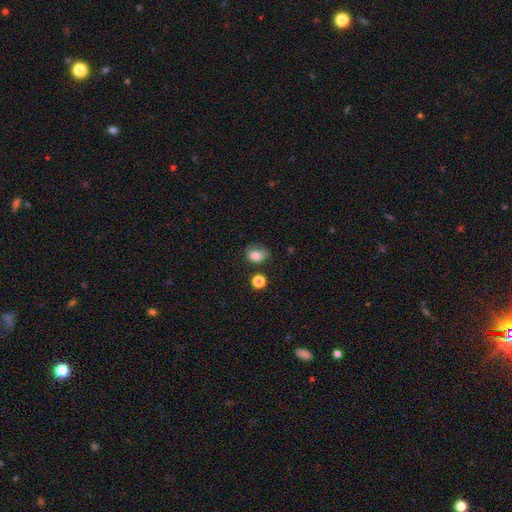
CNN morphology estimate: type=smooth (81%); roundness=in between (53%); merging=none (54%).